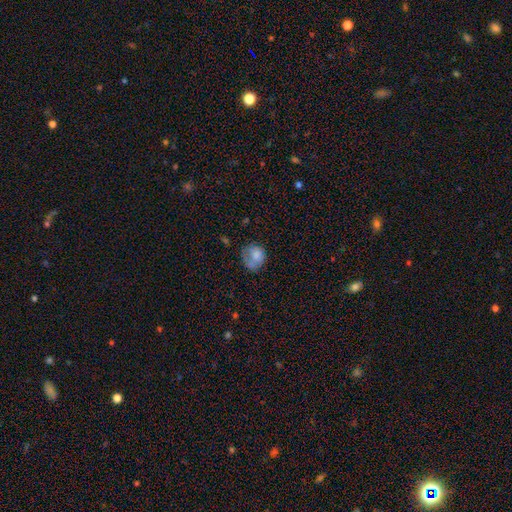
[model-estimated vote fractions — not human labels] A smooth galaxy with no disk features (71%) that is round (68%). Merging: none (42%).